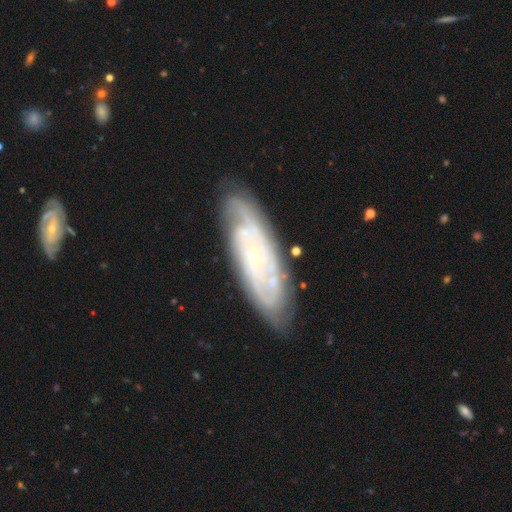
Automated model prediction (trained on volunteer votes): Overall: featured or disk (78%). Edge-on disk: no (85%). Bar: no (78%). Spiral arms: yes (90%). Spiral arm count: can't tell (50%; 2 18%). Spiral winding: tight (73%). Bulge size: small (83%). Merging: none (78%).